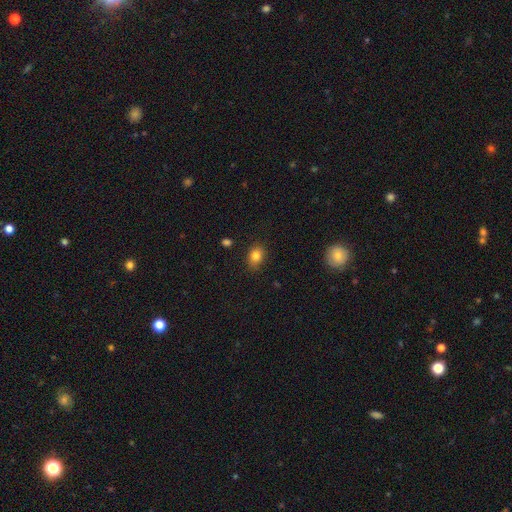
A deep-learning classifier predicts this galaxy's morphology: smooth 82%, star or artifact 11%, featured or disk 7%. Down the decision tree: how rounded — in between (59%); merging — none (83%).